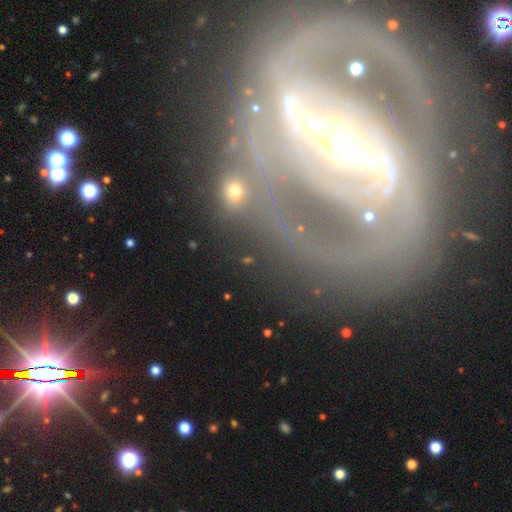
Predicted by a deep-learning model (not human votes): A featured or disk galaxy (88%) with a strong bar (81%), 2 (67%) tight (47%) spiral arms (81%) and a moderate central bulge (55%). Merging: none (72%).